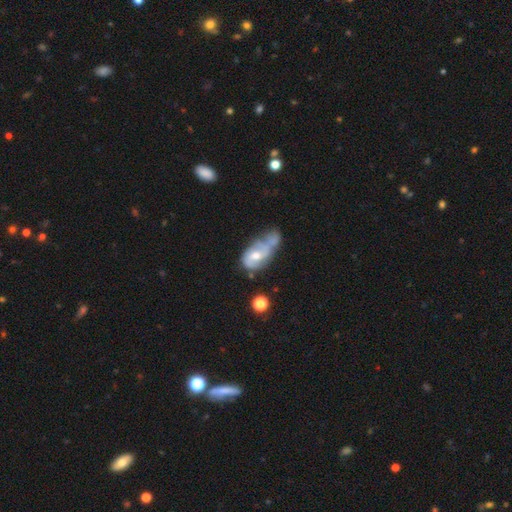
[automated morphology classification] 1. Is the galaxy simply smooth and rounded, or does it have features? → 63% featured or disk, 29% smooth, 8% star or artifact.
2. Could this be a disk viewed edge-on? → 95% no, 5% yes.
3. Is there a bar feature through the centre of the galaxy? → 59% no, 33% weak, 8% strong.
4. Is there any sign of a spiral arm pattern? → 71% yes, 29% no.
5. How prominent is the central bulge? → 62% moderate, 30% small, 5% large, 3% none, 1% dominant.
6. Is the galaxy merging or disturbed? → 37% merger, 22% major disturbance, 21% minor disturbance, 19% none.